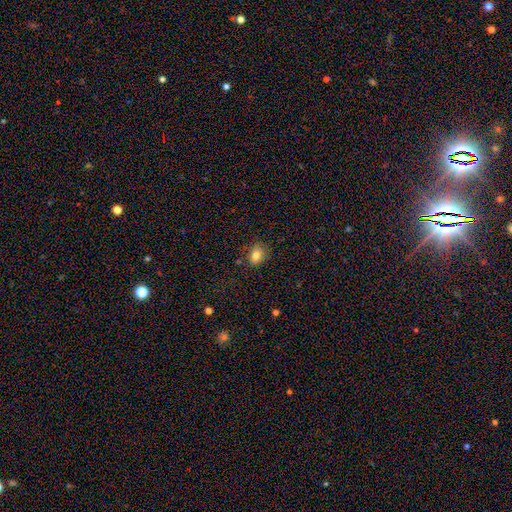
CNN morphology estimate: smooth-or-featured: smooth: 80% | star or artifact: 10% | featured or disk: 10%
  how-rounded: in between: 61% | round: 38% | cigar-shaped: 1%
  merging: none: 78% | minor disturbance: 16% | major disturbance: 4% | merger: 3%